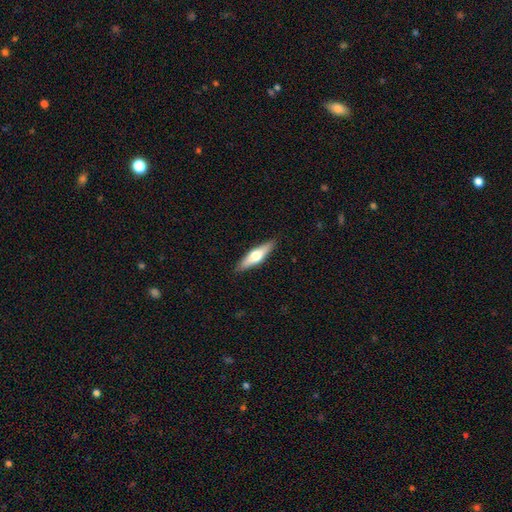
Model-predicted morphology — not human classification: Smooth or featured? Predicted: smooth (p=0.50). Merging? Predicted: none (p=0.89).